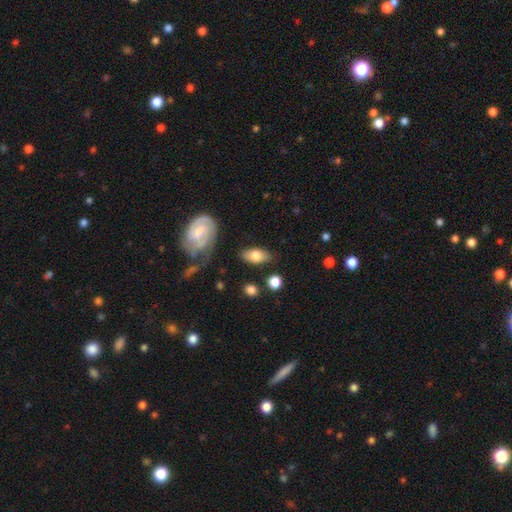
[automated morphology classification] smooth-or-featured: smooth: 68% | featured or disk: 26% | star or artifact: 6%
  how-rounded: in between: 89% | round: 6% | cigar-shaped: 5%
  merging: none: 78% | minor disturbance: 14% | major disturbance: 4% | merger: 4%